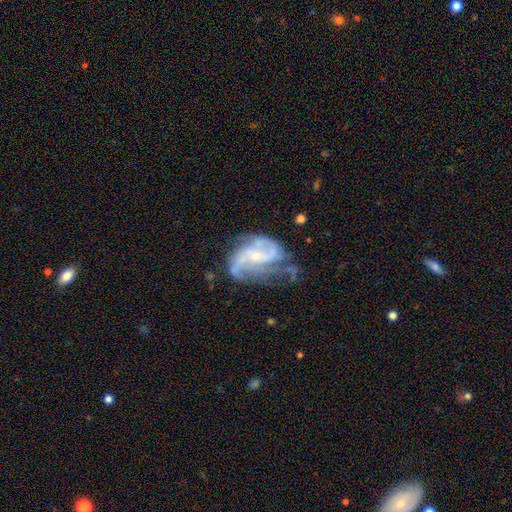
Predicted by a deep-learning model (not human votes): smooth_or_featured: featured or disk (p=0.83) [alt: smooth p=0.10]
disk_edge_on: no (p=0.97) [alt: yes p=0.03]
bar: no (p=0.49) [alt: weak p=0.39]
has_spiral_arms: yes (p=0.90) [alt: no p=0.10]
spiral_winding: loose (p=0.43) [alt: medium p=0.40]
spiral_arm_count: 2 (p=0.48) [alt: 3 p=0.19]
bulge_size: small (p=0.63) [alt: moderate p=0.22]
merging: none (p=0.41) [alt: major disturbance p=0.28]